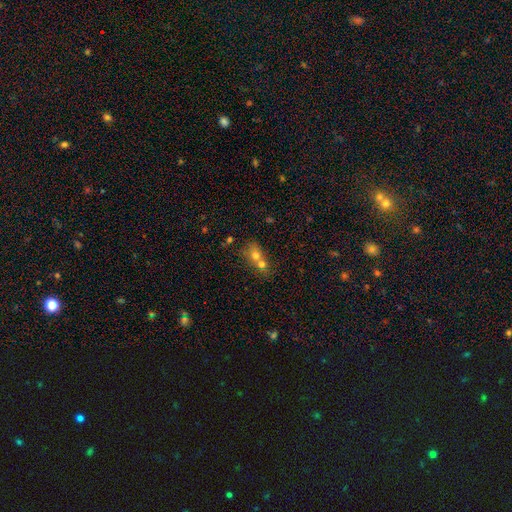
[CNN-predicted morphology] A smooth galaxy with no disk features (66%) that is round (54%).

Vote fractions:
- Smooth or featured? smooth: 66% / featured or disk: 20% / star or artifact: 14%
- How rounded? round: 54% / in between: 43% / cigar-shaped: 2%
- Merging? merger: 65% / none: 24% / minor disturbance: 7% / major disturbance: 4%